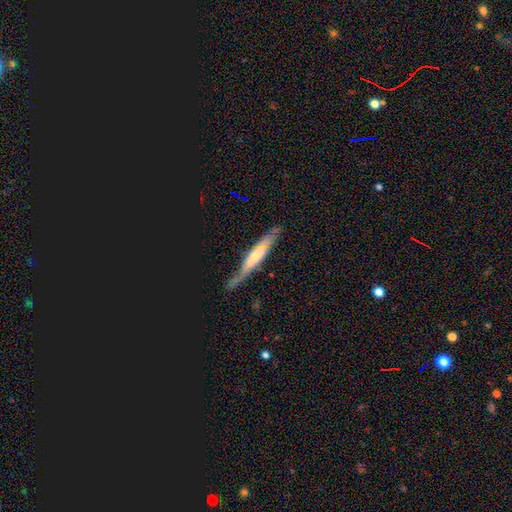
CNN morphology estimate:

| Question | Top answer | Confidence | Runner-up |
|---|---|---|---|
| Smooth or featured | featured or disk | 63% | smooth (31%) |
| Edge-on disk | yes | 71% | no (29%) |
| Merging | none | 63% | minor disturbance (24%) |